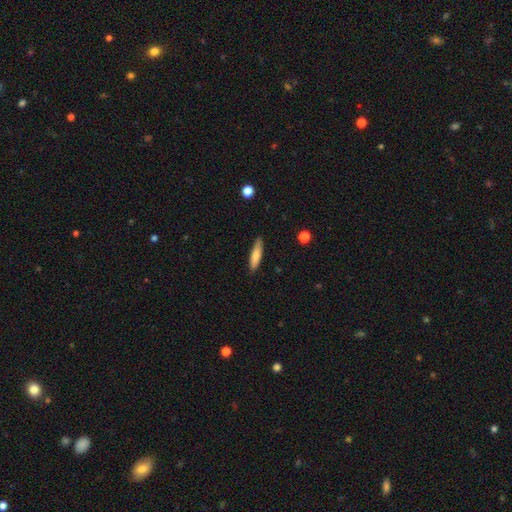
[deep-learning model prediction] Smooth or featured? Predicted: smooth (p=0.75). How rounded? Predicted: cigar-shaped (p=0.78). Merging? Predicted: none (p=0.86).